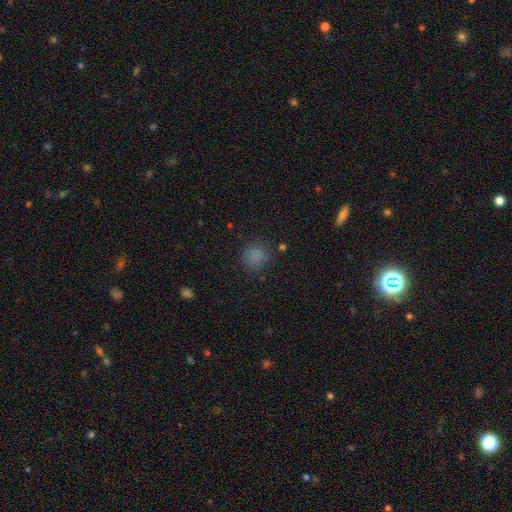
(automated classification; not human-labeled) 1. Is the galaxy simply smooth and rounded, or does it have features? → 79% smooth, 15% star or artifact, 5% featured or disk.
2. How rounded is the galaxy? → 84% round, 15% in between, 1% cigar-shaped.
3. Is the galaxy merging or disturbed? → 78% none, 15% minor disturbance, 5% major disturbance, 2% merger.